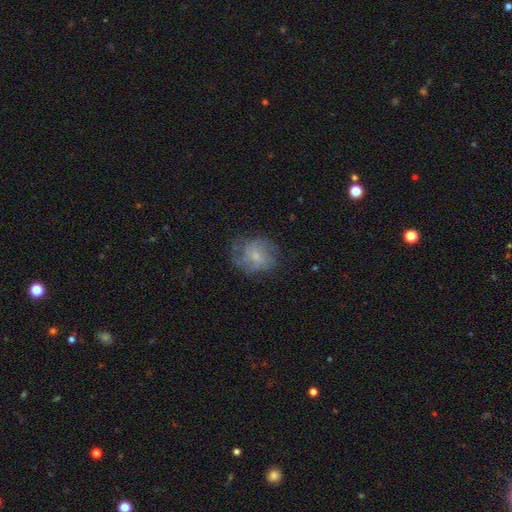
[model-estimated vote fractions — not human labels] Q: Smooth or featured?
A: featured or disk (56%); runner-up: smooth (35%)
Q: Edge-on disk?
A: no (97%); runner-up: yes (3%)
Q: Bar?
A: no (56%); runner-up: weak (38%)
Q: Spiral arms?
A: yes (76%); runner-up: no (24%)
Q: Bulge size?
A: small (57%); runner-up: moderate (26%)
Q: Merging?
A: none (63%); runner-up: minor disturbance (22%)